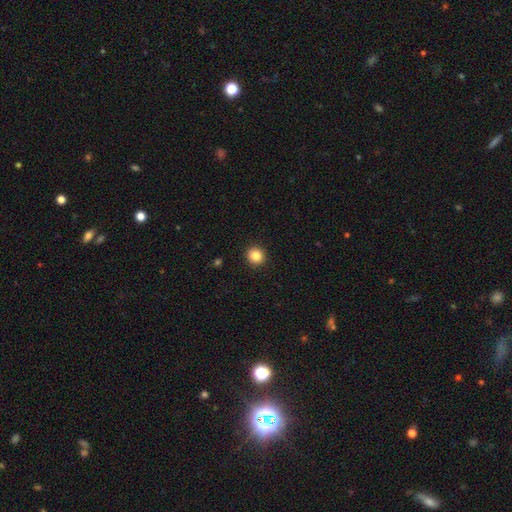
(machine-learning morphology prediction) The model was most divided on "smooth or featured": smooth: 85%, star or artifact: 10%, featured or disk: 5%. More confident: merging — none (93%); how rounded — round (91%).